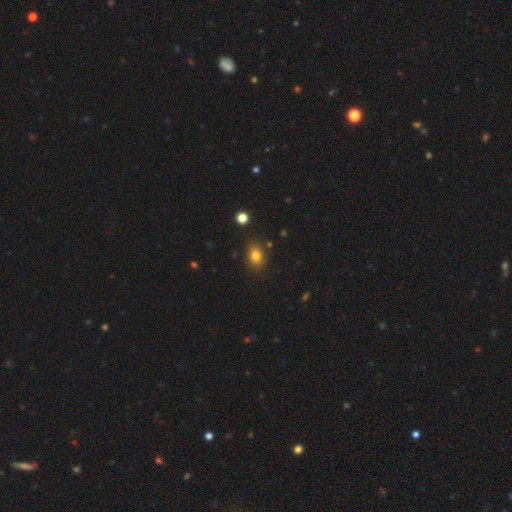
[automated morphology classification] Overall: smooth (80%). How rounded: in between (67%; round 32%). Merging: none (83%).